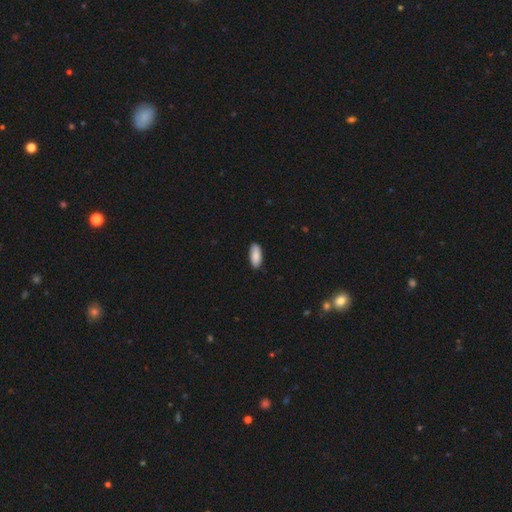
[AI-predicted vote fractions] A smooth galaxy with no disk features (87%) that is in between round and cigar-shaped (83%). Merging: none (86%).